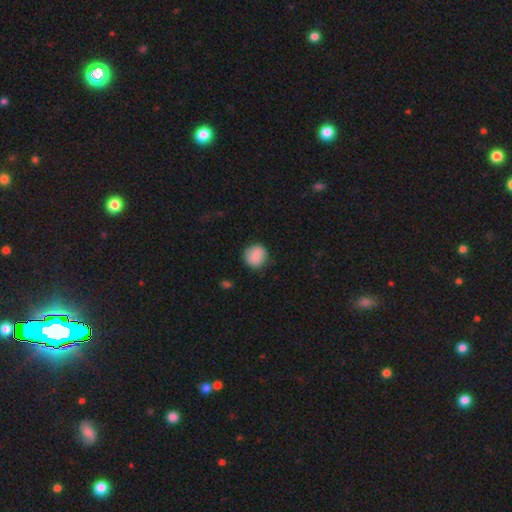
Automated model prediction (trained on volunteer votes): A smooth galaxy with no disk features (83%) that is round (89%). Merging: none (83%).